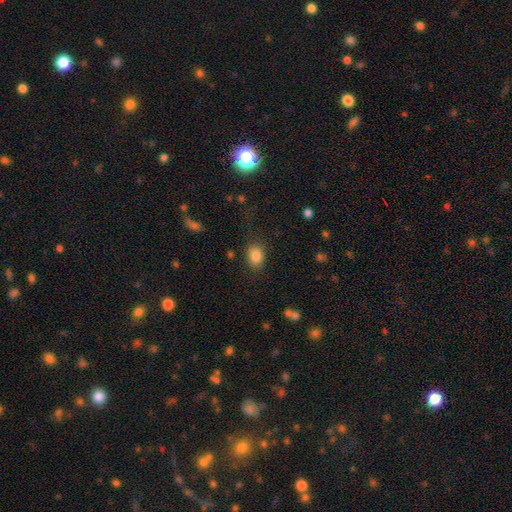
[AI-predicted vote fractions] Morphology: type=smooth (84%); roundness=in between (65%); merging=none (79%).